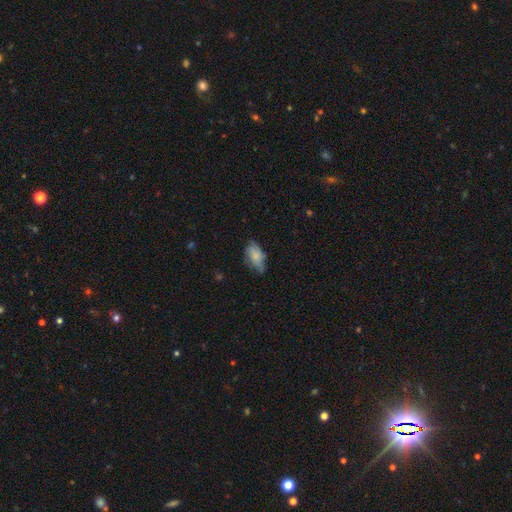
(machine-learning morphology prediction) Smooth or featured? smooth (71%)
How rounded? in between (92%)
Merging? none (58%)